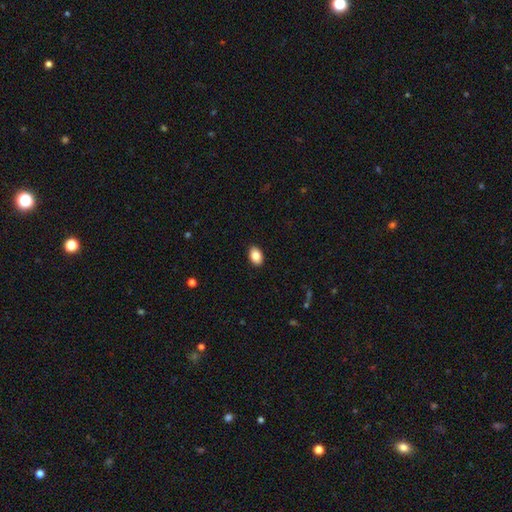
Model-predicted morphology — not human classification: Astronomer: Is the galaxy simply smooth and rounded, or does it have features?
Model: smooth — 86%.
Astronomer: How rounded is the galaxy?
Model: in between — 87%.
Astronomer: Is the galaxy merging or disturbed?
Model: none — 90%.